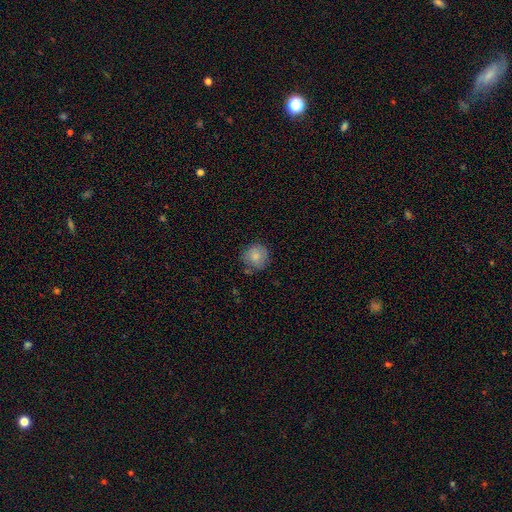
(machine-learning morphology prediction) smooth_or_featured: smooth (p=0.82) [alt: featured or disk p=0.10]
how_rounded: round (p=0.91) [alt: in between p=0.08]
merging: none (p=0.77) [alt: minor disturbance p=0.17]